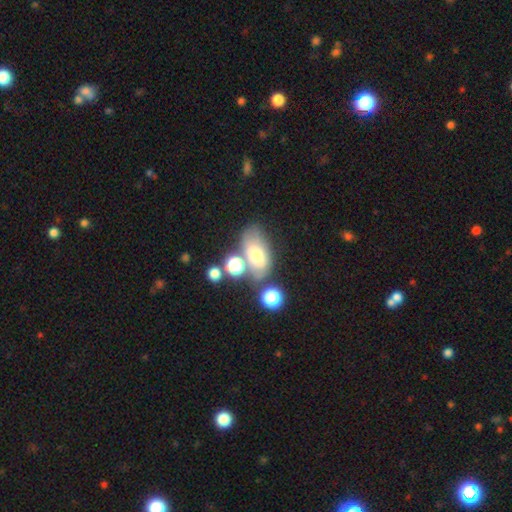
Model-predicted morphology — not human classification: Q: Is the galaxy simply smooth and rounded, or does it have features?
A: smooth — 62%.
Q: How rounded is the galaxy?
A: in between — 86%.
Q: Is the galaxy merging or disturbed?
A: none — 48%.